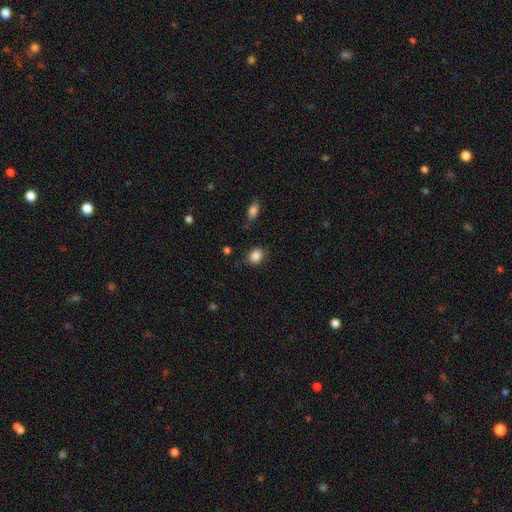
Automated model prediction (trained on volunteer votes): Smooth or featured? smooth (86%)
How rounded? round (55%)
Merging? none (84%)